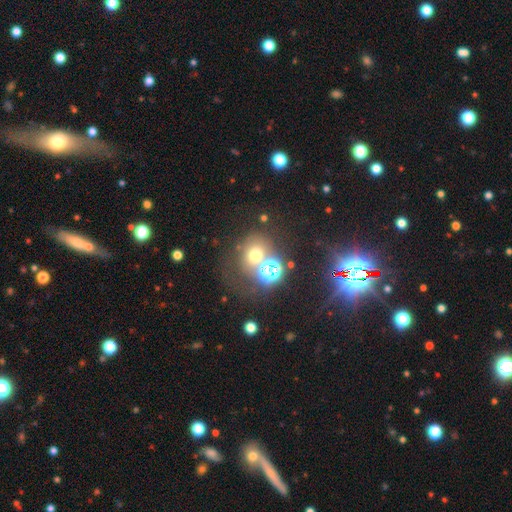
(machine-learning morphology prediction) This appears to be a smooth galaxy with no disk features (56%) that is round (71%). Merging: none (47%).